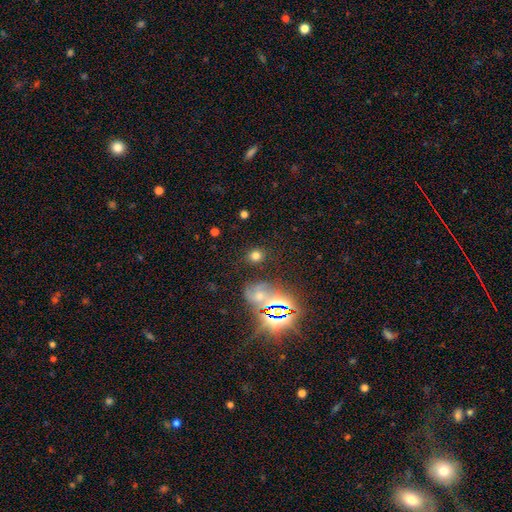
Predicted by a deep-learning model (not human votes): Smooth or featured: smooth — 71% (star or artifact — 21%)
How rounded: round — 81% (in between — 18%)
Merging: none — 83% (minor disturbance — 10%)